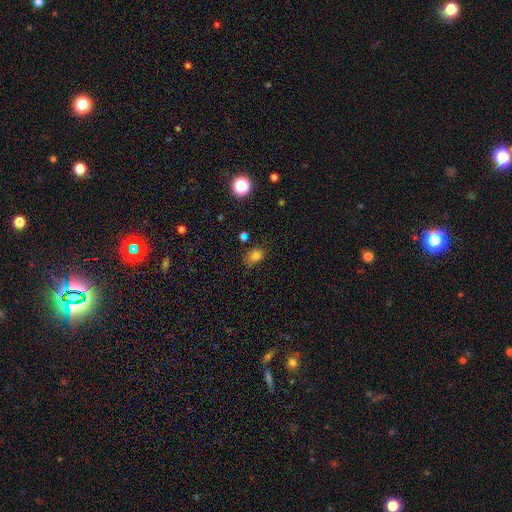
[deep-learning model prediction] Q: Smooth or featured?
A: smooth (78%); runner-up: star or artifact (15%)
Q: How rounded?
A: in between (50%); runner-up: round (48%)
Q: Merging?
A: none (59%); runner-up: minor disturbance (28%)